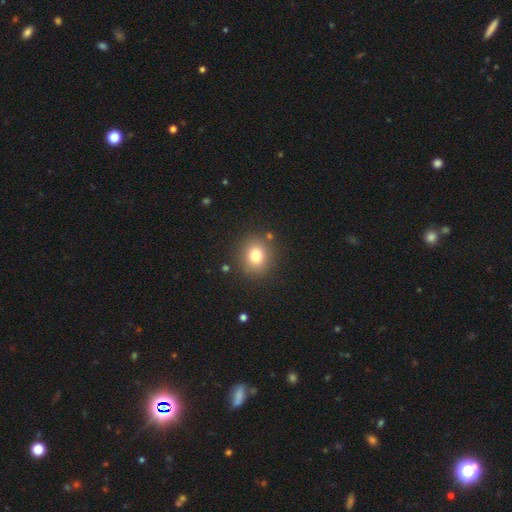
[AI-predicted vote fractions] Q: Smooth or featured?
A: smooth (78%); runner-up: star or artifact (13%)
Q: How rounded?
A: round (80%); runner-up: in between (20%)
Q: Merging?
A: none (86%); runner-up: minor disturbance (8%)